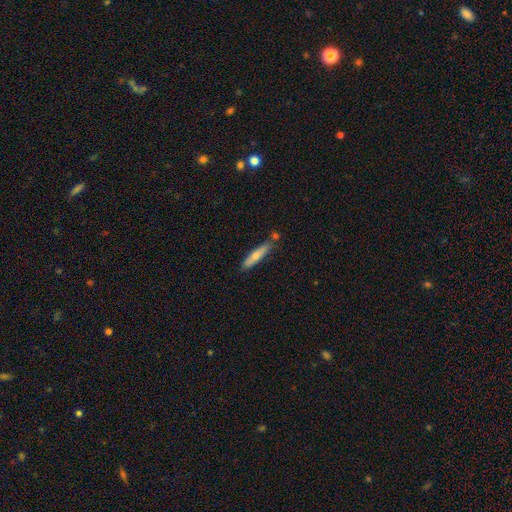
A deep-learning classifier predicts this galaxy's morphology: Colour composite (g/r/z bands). It shows a smooth galaxy with no disk features (57%) that is cigar-shaped (87%). Merging: none (75%).